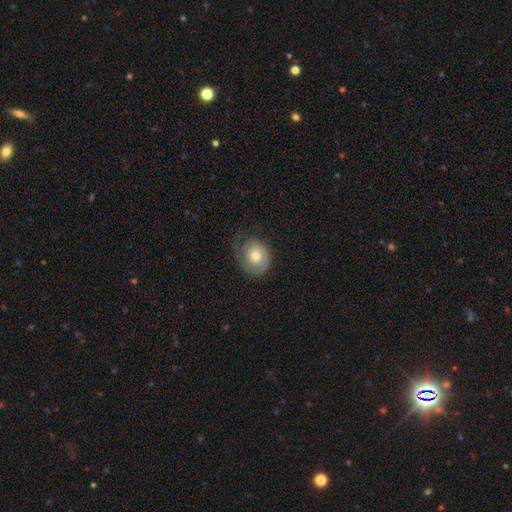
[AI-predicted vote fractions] smooth-or-featured: smooth: 54% | featured or disk: 38% | star or artifact: 7%
  how-rounded: round: 62% | in between: 37% | cigar-shaped: 1%
  merging: none: 50% | minor disturbance: 25% | major disturbance: 23% | merger: 1%